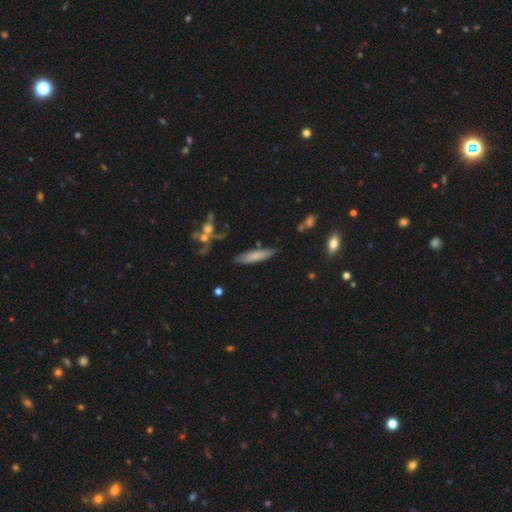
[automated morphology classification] Smooth or featured? smooth (73%)
How rounded? cigar-shaped (78%)
Merging? none (82%)